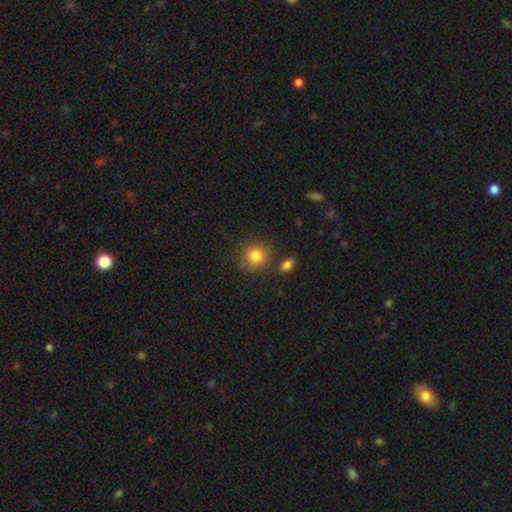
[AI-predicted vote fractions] Morphology: type=smooth (83%); roundness=round (84%); merging=none (78%).